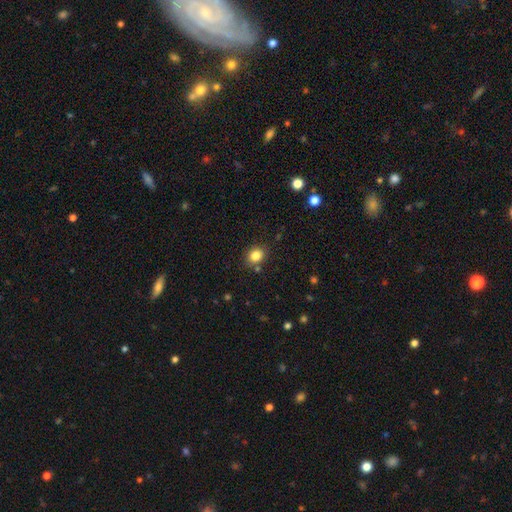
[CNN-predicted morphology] A smooth galaxy with no disk features (84%) that is round (59%). Merging: none (82%).